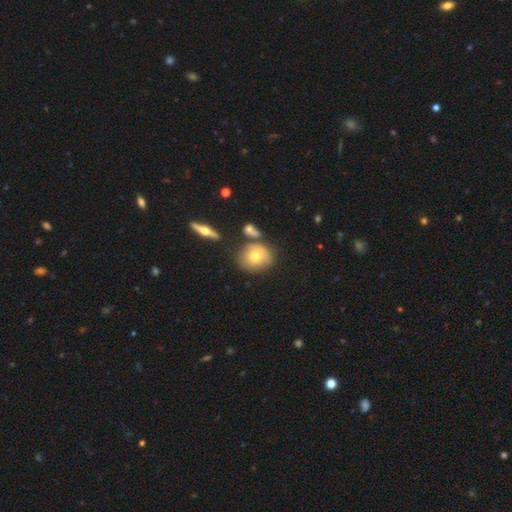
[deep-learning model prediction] This is likely a smooth galaxy (63%). How rounded: likely round (75%). Merging: likely none (67%).